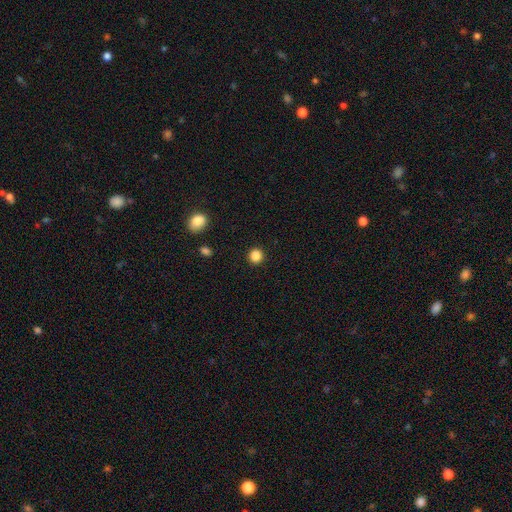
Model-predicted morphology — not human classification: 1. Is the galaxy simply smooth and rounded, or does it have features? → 86% smooth, 11% star or artifact, 3% featured or disk.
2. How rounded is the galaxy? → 93% round, 6% in between, 1% cigar-shaped.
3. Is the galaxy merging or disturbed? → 92% none, 5% minor disturbance, 2% major disturbance, 1% merger.